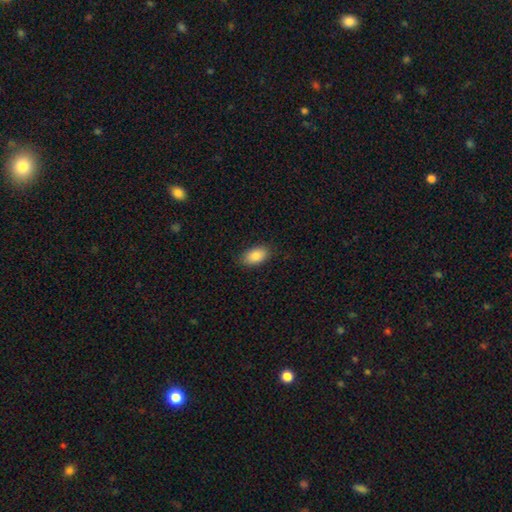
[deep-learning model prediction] This is clearly a smooth galaxy (87%). How rounded: clearly in between (92%). Merging: clearly none (85%).